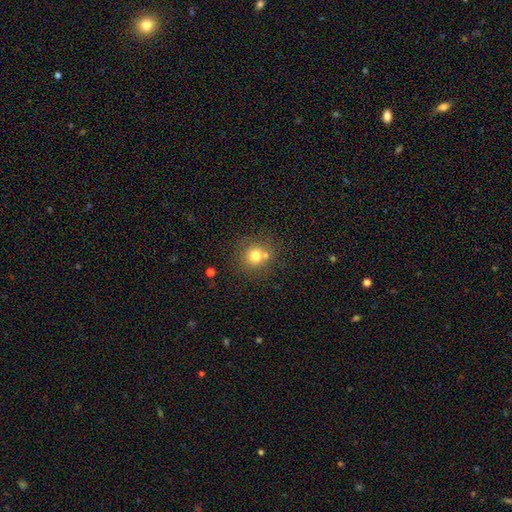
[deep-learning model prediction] This appears to be a smooth galaxy with no disk features (74%) that is round (90%). Merging: none (62%).